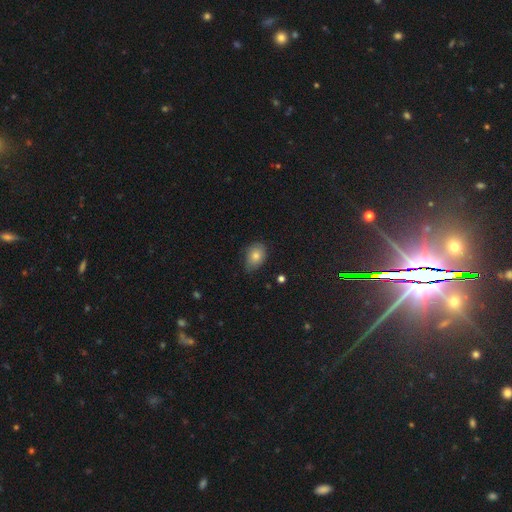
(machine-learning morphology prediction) smooth_or_featured: smooth (p=0.81) [alt: featured or disk p=0.10]
how_rounded: in between (p=0.75) [alt: round p=0.23]
merging: none (p=0.62) [alt: minor disturbance p=0.32]